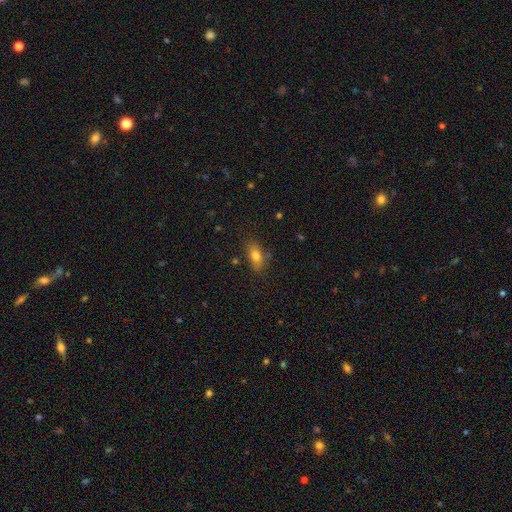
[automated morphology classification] Q: Smooth or featured?
A: smooth (78%); runner-up: featured or disk (12%)
Q: How rounded?
A: in between (84%); runner-up: cigar-shaped (9%)
Q: Merging?
A: none (72%); runner-up: minor disturbance (19%)